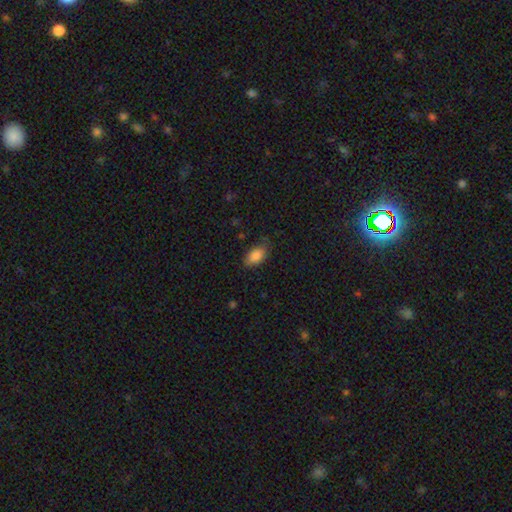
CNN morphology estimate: A smooth galaxy with no disk features (86%) that is in between round and cigar-shaped (91%). Merging: none (76%).